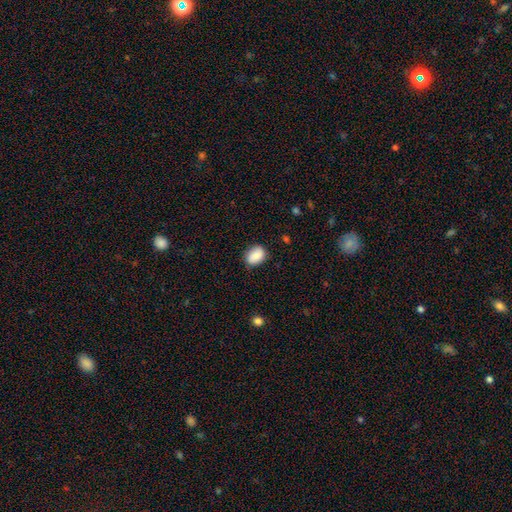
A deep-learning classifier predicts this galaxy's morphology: smooth-or-featured: smooth: 85% | featured or disk: 8% | star or artifact: 7%
  how-rounded: in between: 71% | round: 28% | cigar-shaped: 1%
  merging: none: 78% | minor disturbance: 17% | major disturbance: 4% | merger: 1%